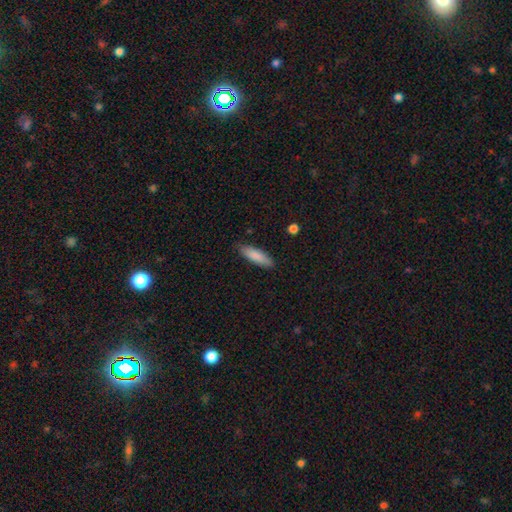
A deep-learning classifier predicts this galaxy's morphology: Overall: smooth (86%). How rounded: cigar-shaped (63%; in between 36%). Merging: none (86%).